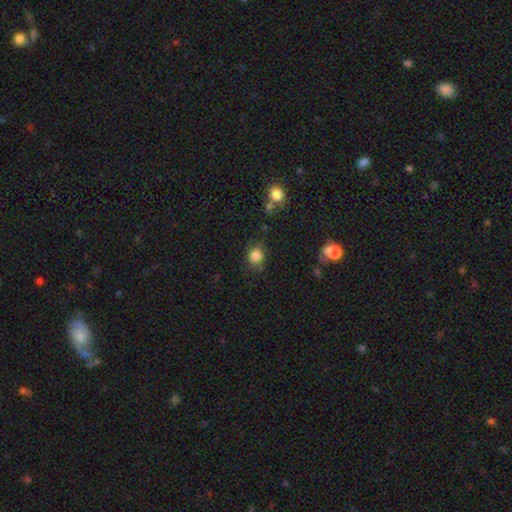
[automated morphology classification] type=smooth (83%); roundness=round (75%); merging=none (74%).